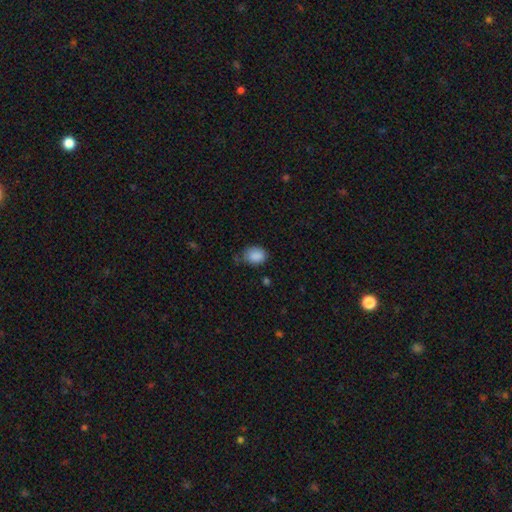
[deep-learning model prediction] Smooth or featured?
  - smooth: 87% *
  - star or artifact: 8%
  - featured or disk: 4%
How rounded?
  - in between: 64% *
  - round: 35%
  - cigar-shaped: 1%
Merging?
  - none: 62% *
  - minor disturbance: 29%
  - major disturbance: 6%
  - merger: 3%